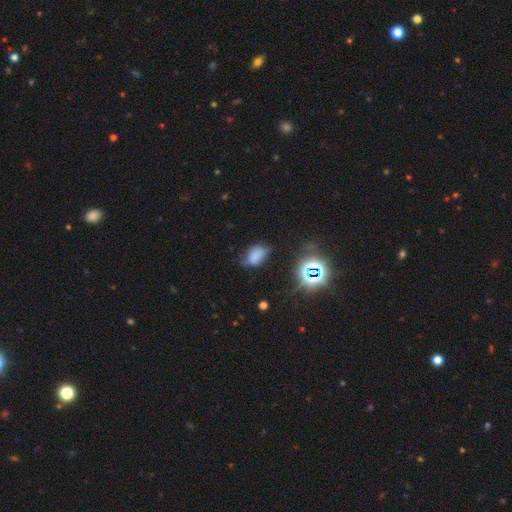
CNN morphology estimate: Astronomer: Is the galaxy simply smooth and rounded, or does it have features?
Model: smooth — 71%.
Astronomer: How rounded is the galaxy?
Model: in between — 86%.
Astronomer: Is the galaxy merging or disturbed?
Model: none — 59%.